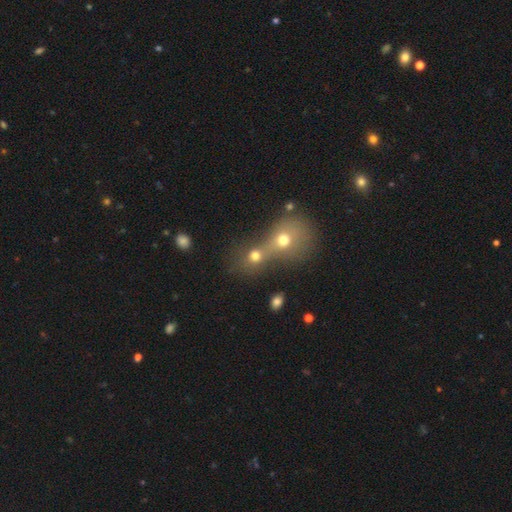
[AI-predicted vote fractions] Smooth or featured: smooth — 64% (star or artifact — 18%)
How rounded: round — 73% (in between — 25%)
Merging: merger — 73% (none — 19%)